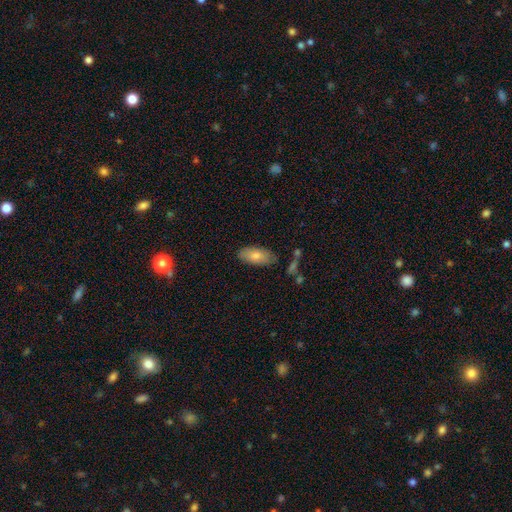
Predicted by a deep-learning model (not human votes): Smooth or featured? Predicted: smooth (p=0.78). How rounded? Predicted: in between (p=0.90). Merging? Predicted: none (p=0.77).